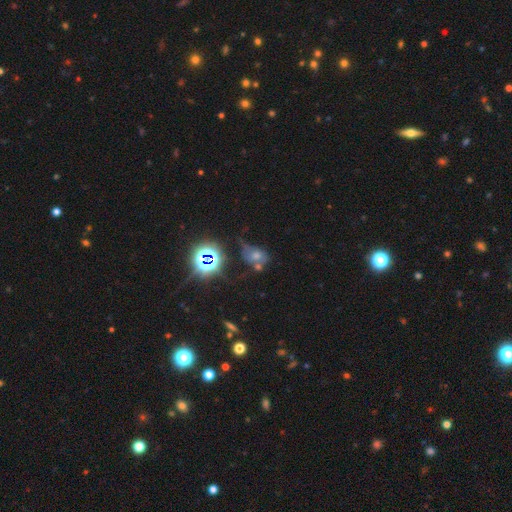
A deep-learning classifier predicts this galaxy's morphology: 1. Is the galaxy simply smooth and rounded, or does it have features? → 54% star or artifact, 26% smooth, 21% featured or disk.